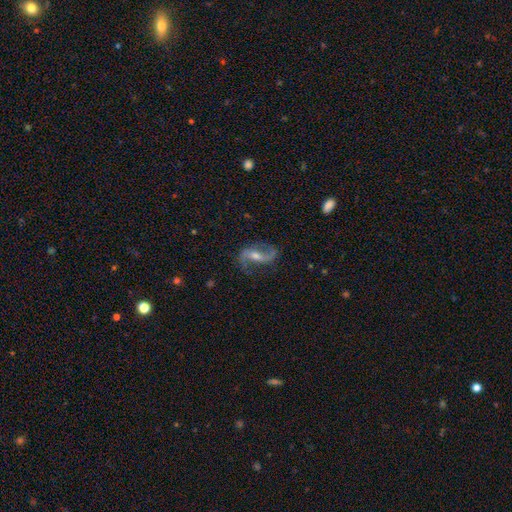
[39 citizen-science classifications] smooth-or-featured: featured or disk: 97% | smooth: 3% | star or artifact: 0%
  disk-edge-on: no: 97% | yes: 3%
    bar: weak: 49% | strong: 27% | no: 24%
    has-spiral-arms: yes: 95% | no: 5%
      spiral-winding: loose: 83% | medium: 11% | tight: 6%
      spiral-arm-count: 2: 97% | 1: 3% | 3: 0% | 4: 0% | more than 4: 0% | can't tell: 0%
    bulge-size: moderate: 54% | small: 38% | none: 5% | large: 3% | dominant: 0%
  merging: none: 69% | minor disturbance: 23% | major disturbance: 8% | merger: 0%